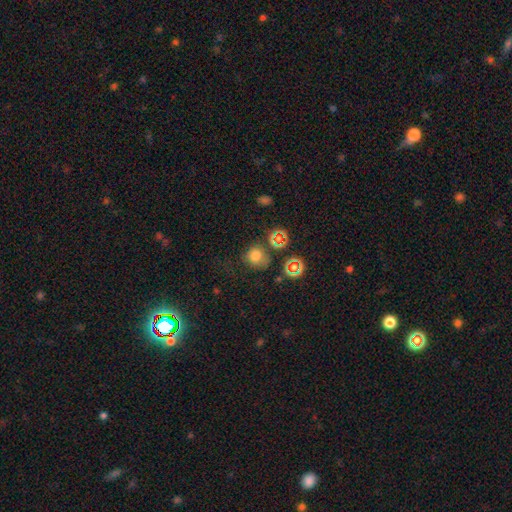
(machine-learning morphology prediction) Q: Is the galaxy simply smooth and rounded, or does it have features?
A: smooth — 70%.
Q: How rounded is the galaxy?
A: round — 82%.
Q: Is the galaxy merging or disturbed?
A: none — 62%.